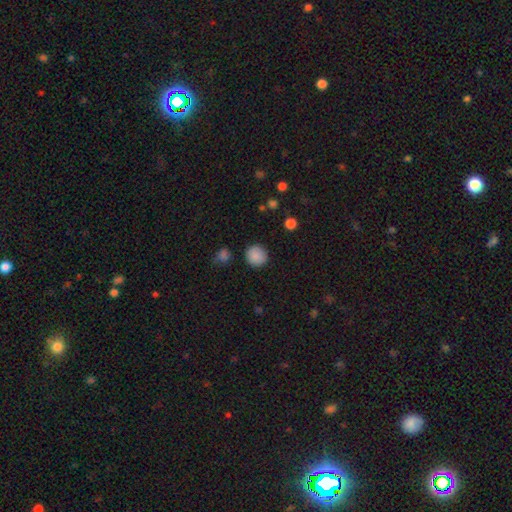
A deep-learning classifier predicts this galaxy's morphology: This is clearly a smooth galaxy (87%). How rounded: clearly round (93%). Merging: clearly none (89%).